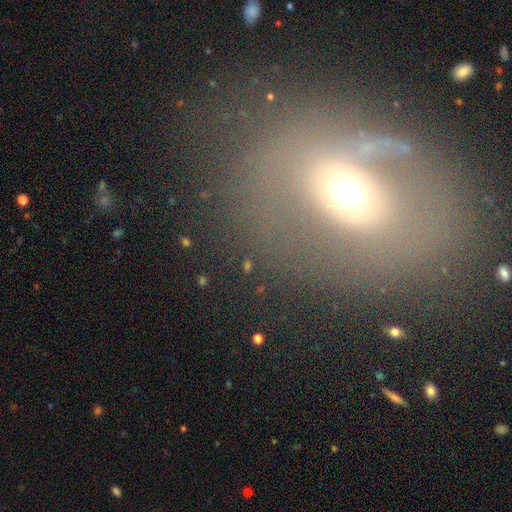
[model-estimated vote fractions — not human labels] smooth 42%, featured or disk 41%, star or artifact 17%. Down the decision tree: merging — none (62%).